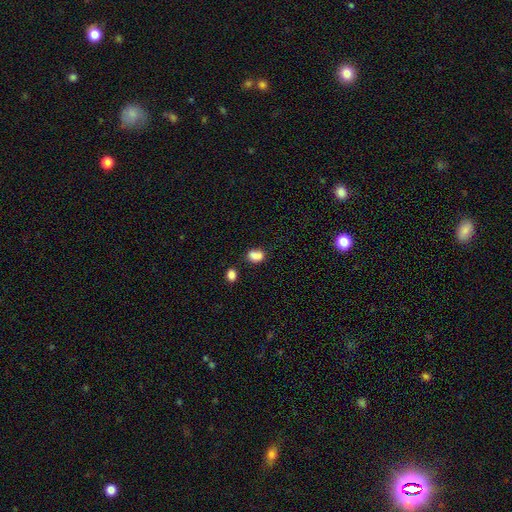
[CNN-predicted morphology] This is clearly a smooth galaxy (83%). How rounded: likely in between (70%). Merging: possibly none (57%).